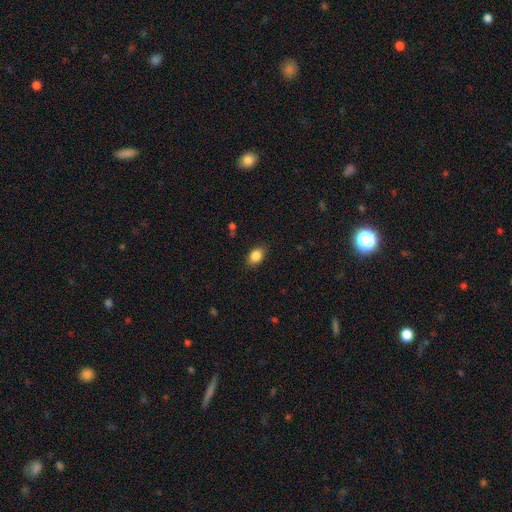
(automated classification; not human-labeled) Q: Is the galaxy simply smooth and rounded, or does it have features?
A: smooth — 86%.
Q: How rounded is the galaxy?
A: in between — 80%.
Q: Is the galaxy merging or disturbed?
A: none — 85%.